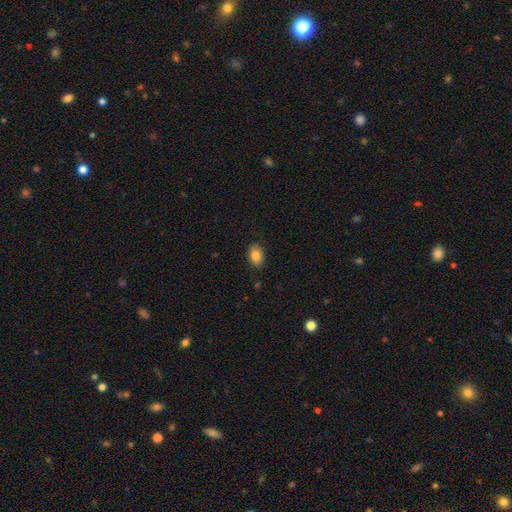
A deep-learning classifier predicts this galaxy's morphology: Smooth or featured? smooth (83%)
How rounded? in between (84%)
Merging? none (87%)